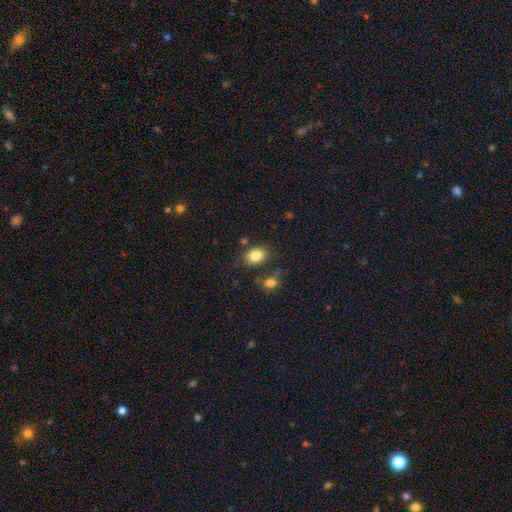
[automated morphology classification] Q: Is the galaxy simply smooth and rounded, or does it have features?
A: smooth — 84%.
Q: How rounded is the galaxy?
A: in between — 70%.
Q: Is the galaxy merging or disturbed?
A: none — 74%.